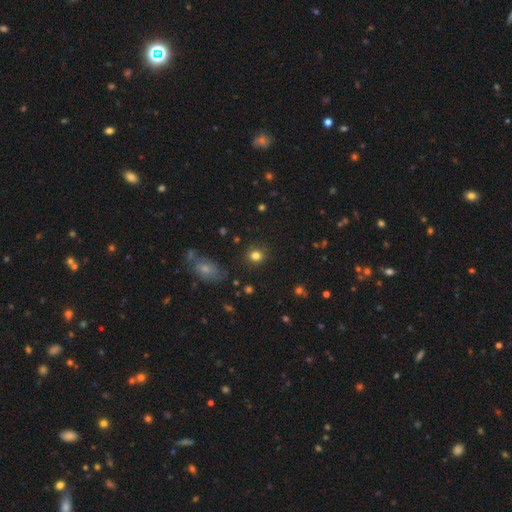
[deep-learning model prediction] Q: Smooth or featured?
A: smooth (81%); runner-up: star or artifact (13%)
Q: How rounded?
A: round (80%); runner-up: in between (19%)
Q: Merging?
A: none (86%); runner-up: minor disturbance (9%)